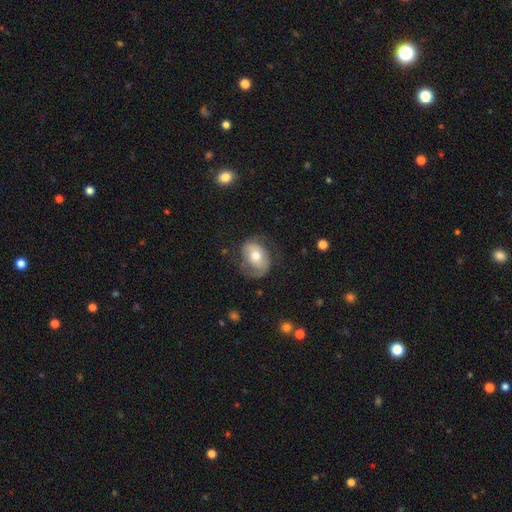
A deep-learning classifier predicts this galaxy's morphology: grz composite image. It shows a featured or disk galaxy (51%). Merging: none (58%).